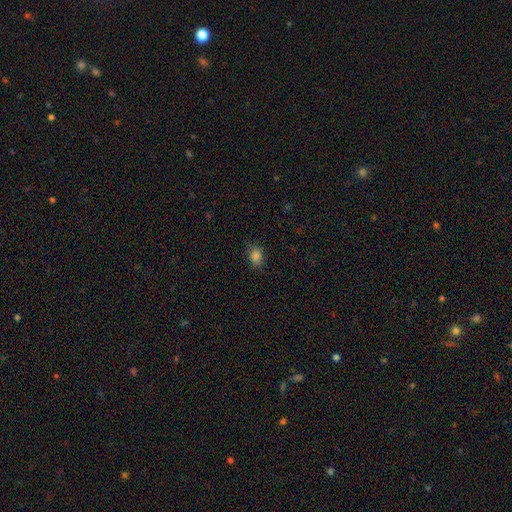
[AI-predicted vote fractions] This appears to be a smooth galaxy with no disk features (84%) that is in between round and cigar-shaped (60%). Merging: none (78%).